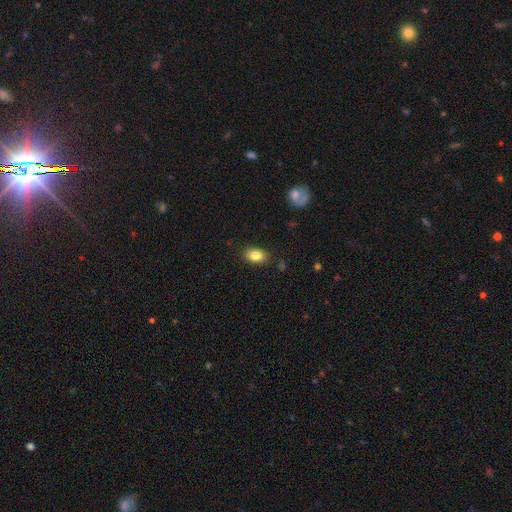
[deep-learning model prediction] Smooth or featured: smooth — 83% (featured or disk — 9%)
How rounded: in between — 87% (round — 11%)
Merging: none — 86% (minor disturbance — 10%)